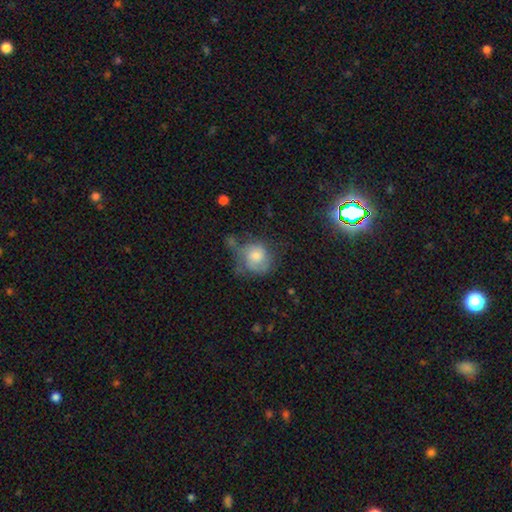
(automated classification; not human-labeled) Smooth or featured? smooth (53%)
How rounded? round (75%)
Merging? none (43%)